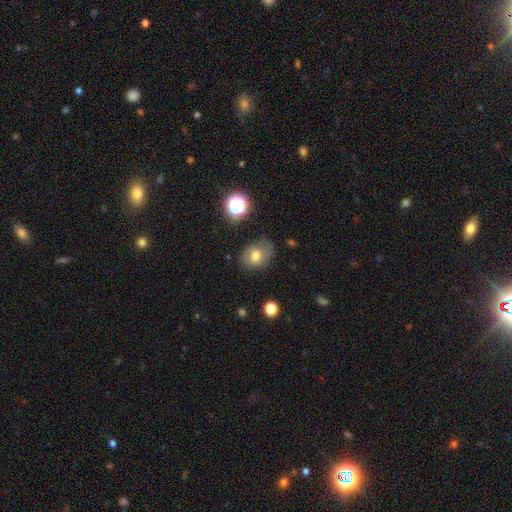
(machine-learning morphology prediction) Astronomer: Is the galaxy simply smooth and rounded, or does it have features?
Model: smooth — 64%.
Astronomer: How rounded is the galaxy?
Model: in between — 53% (runner-up: round, 46%).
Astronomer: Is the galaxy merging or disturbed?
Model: none — 65%.